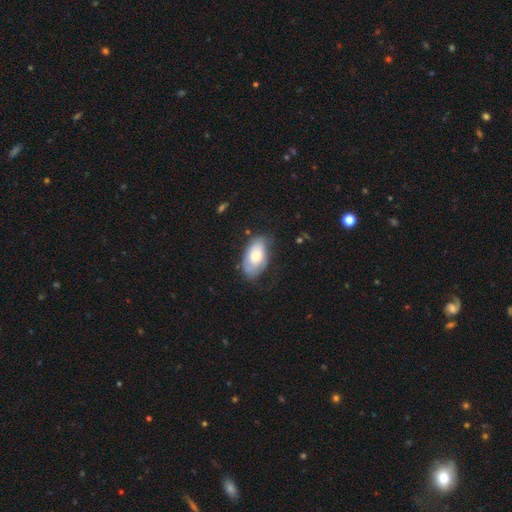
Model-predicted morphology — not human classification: Q: Smooth or featured?
A: smooth (59%); runner-up: featured or disk (35%)
Q: How rounded?
A: in between (93%); runner-up: round (5%)
Q: Merging?
A: none (60%); runner-up: minor disturbance (29%)